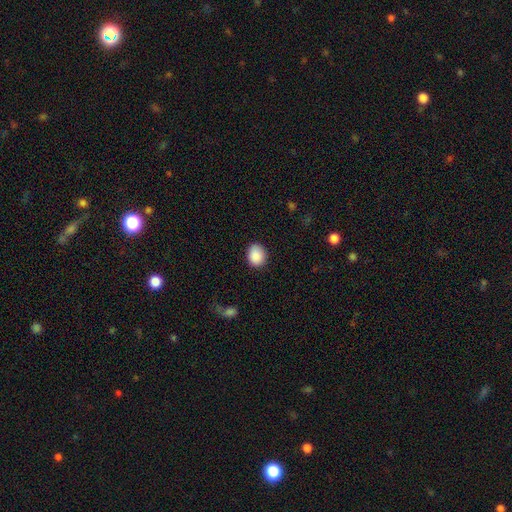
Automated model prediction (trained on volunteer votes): Smooth or featured? smooth (89%)
How rounded? round (52%)
Merging? none (84%)